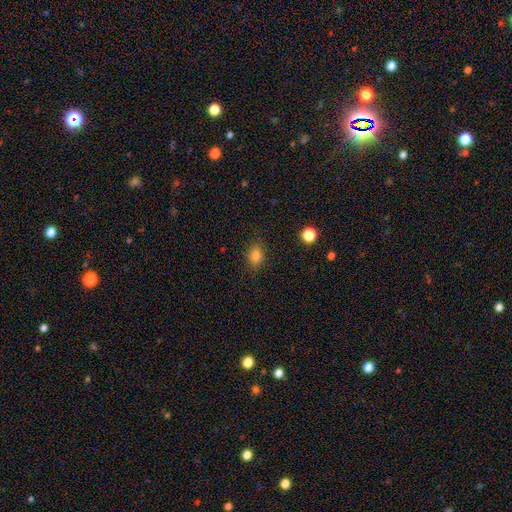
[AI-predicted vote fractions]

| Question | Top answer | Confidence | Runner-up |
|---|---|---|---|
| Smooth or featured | smooth | 81% | star or artifact (12%) |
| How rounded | round | 49% | tied: in between (49%) |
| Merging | none | 84% | minor disturbance (11%) |